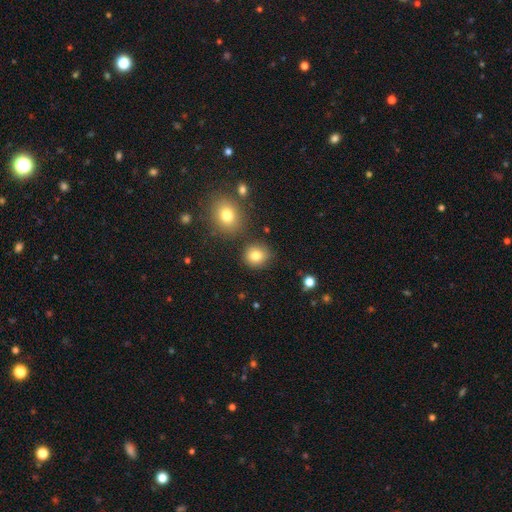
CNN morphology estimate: Smooth or featured? smooth (81%)
How rounded? round (83%)
Merging? none (83%)